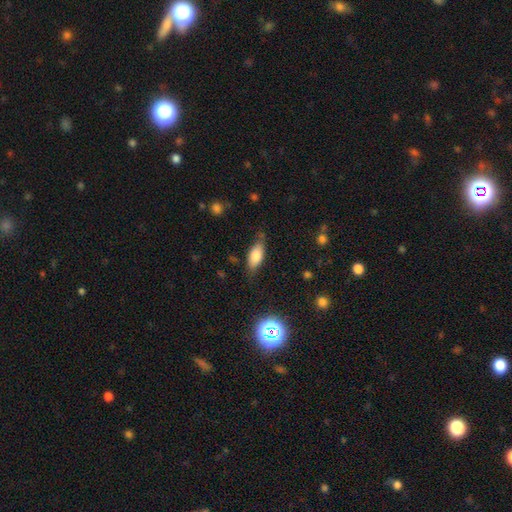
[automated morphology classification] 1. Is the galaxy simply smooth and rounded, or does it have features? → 74% smooth, 17% featured or disk, 9% star or artifact.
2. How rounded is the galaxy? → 80% in between, 17% cigar-shaped, 3% round.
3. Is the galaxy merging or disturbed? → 71% none, 22% minor disturbance, 5% major disturbance, 2% merger.